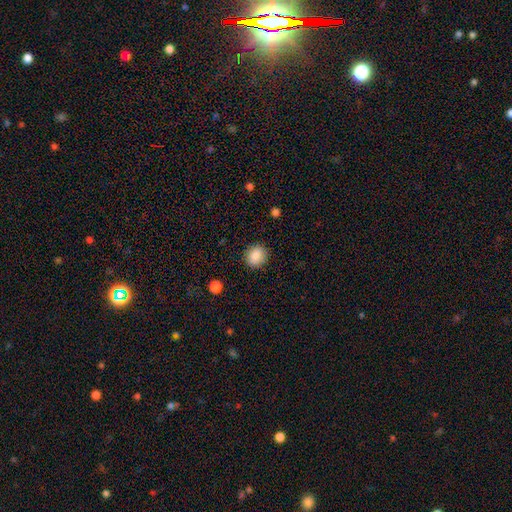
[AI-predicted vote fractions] A smooth galaxy with no disk features (87%) that is round (71%). Merging: none (88%).